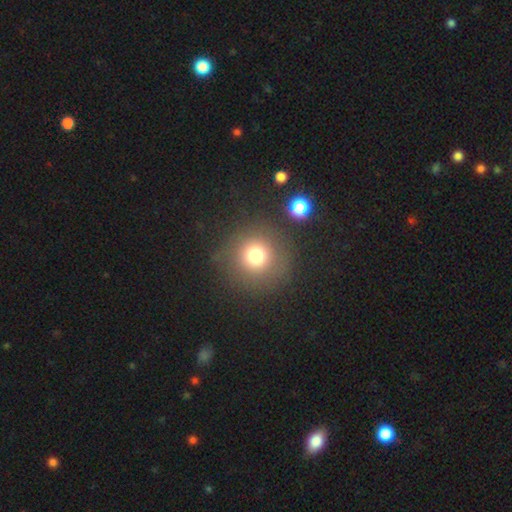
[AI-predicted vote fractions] Smooth or featured? Predicted: smooth (p=0.74). How rounded? Predicted: round (p=0.94). Merging? Predicted: none (p=0.82).